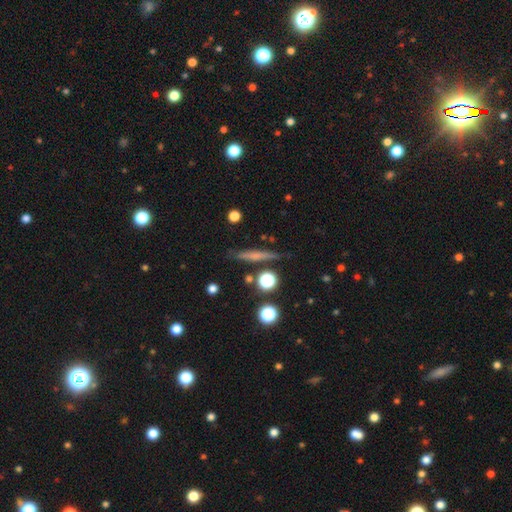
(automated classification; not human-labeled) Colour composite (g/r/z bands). It shows a smooth galaxy with no disk features (50%). Merging: none (83%).